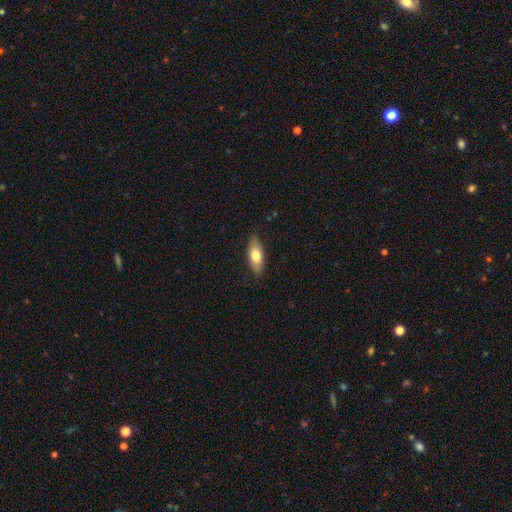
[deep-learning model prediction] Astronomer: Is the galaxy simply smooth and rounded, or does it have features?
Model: smooth — 71%.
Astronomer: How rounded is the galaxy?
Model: in between — 78%.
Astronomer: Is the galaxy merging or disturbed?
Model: none — 84%.